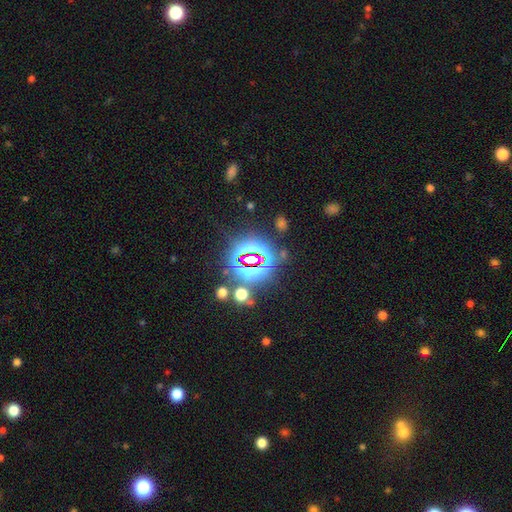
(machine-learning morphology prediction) Overall: star or artifact (80%).